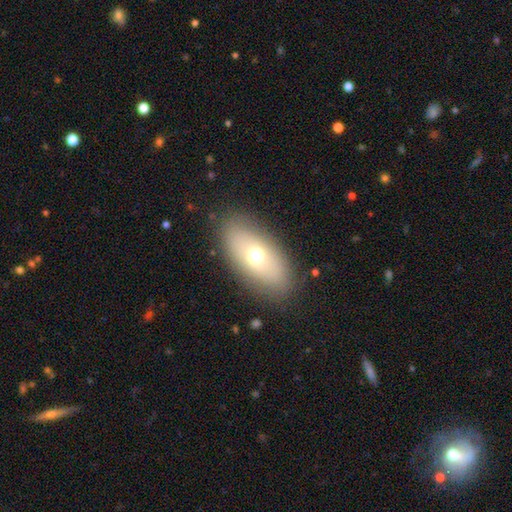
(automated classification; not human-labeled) Smooth or featured?
  - smooth: 61% *
  - featured or disk: 29%
  - star or artifact: 9%
How rounded?
  - in between: 89% *
  - cigar-shaped: 6%
  - round: 5%
Merging?
  - none: 85% *
  - minor disturbance: 10%
  - major disturbance: 4%
  - merger: 1%